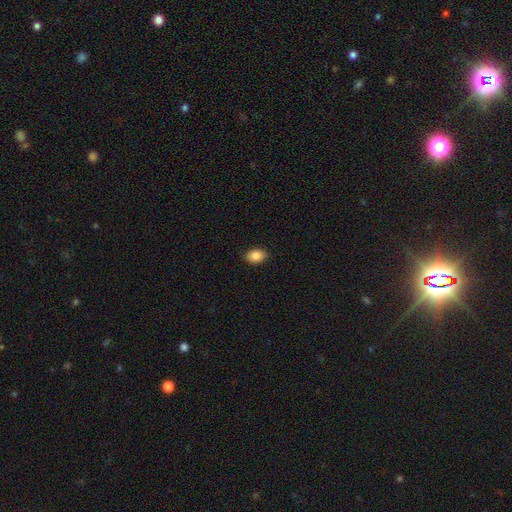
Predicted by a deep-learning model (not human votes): A smooth galaxy with no disk features (88%) that is in between round and cigar-shaped (80%).

Vote fractions:
- Smooth or featured? smooth: 88% / star or artifact: 8% / featured or disk: 4%
- How rounded? in between: 80% / round: 19% / cigar-shaped: 1%
- Merging? none: 88% / minor disturbance: 9% / major disturbance: 2% / merger: 1%